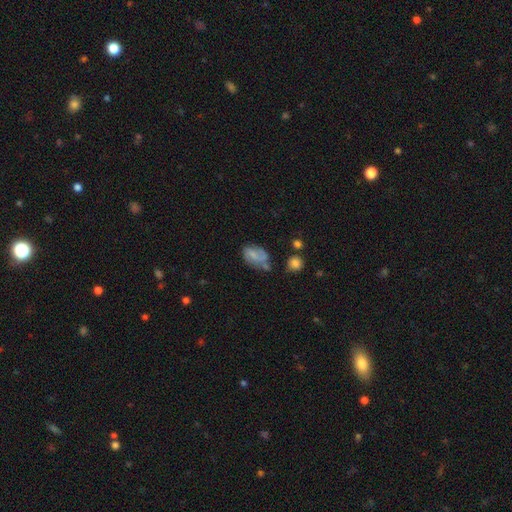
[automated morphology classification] smooth 46%, featured or disk 45%, star or artifact 10%. Down the decision tree: merging — none (42%).